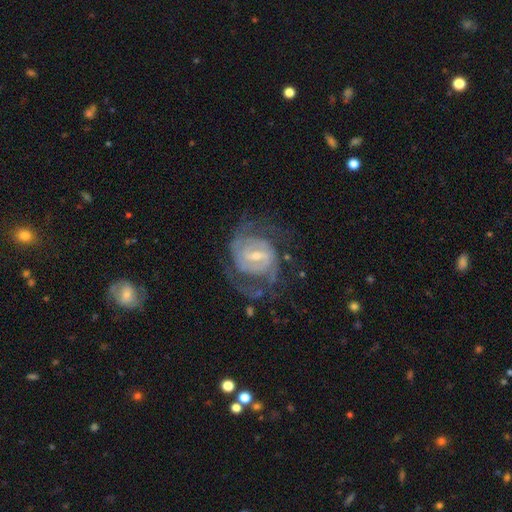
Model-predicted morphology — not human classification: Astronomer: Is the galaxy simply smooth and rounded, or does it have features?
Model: featured or disk — 88%.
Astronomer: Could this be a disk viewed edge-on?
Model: no — 97%.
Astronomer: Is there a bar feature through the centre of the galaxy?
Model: weak — 55% (runner-up: strong, 31%).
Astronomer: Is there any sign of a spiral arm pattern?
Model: yes — 96%.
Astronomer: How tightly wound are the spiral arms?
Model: tight — 51% (runner-up: medium, 39%).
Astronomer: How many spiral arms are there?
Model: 2 — 53%.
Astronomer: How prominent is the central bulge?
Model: small — 56% (runner-up: moderate, 37%).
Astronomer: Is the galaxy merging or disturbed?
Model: none — 64%.